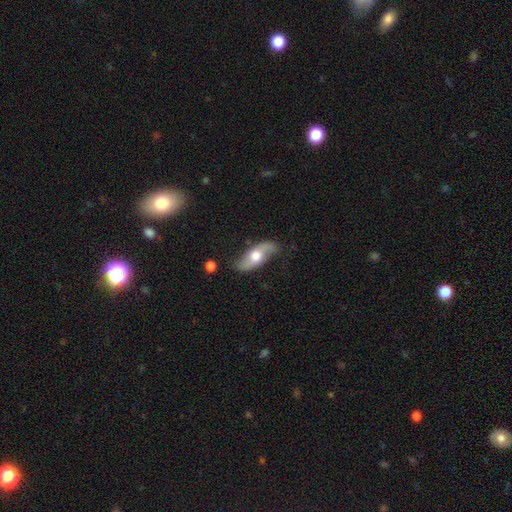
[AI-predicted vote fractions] smooth_or_featured: featured or disk (p=0.56) [alt: smooth p=0.38]
disk_edge_on: no (p=0.76) [alt: yes p=0.24]
merging: none (p=0.72) [alt: minor disturbance p=0.21]